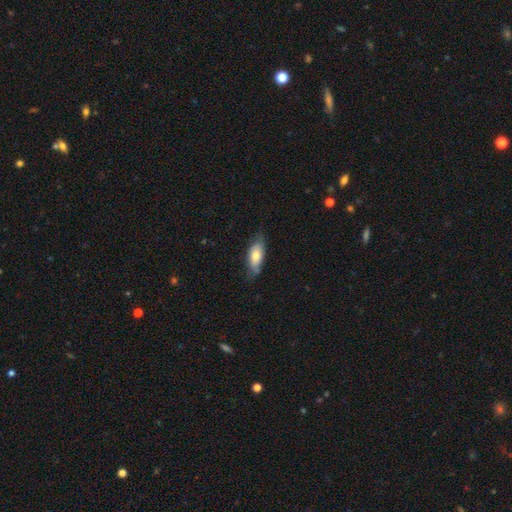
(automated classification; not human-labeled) smooth-or-featured: smooth: 68% | featured or disk: 26% | star or artifact: 6%
  how-rounded: in between: 77% | cigar-shaped: 21% | round: 2%
  merging: none: 67% | minor disturbance: 26% | major disturbance: 5% | merger: 1%